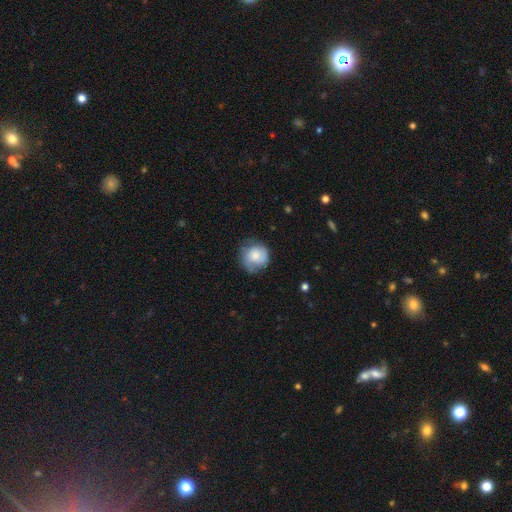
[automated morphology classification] Smooth or featured: smooth — 75% (featured or disk — 17%)
How rounded: round — 88% (in between — 12%)
Merging: none — 60% (minor disturbance — 29%)